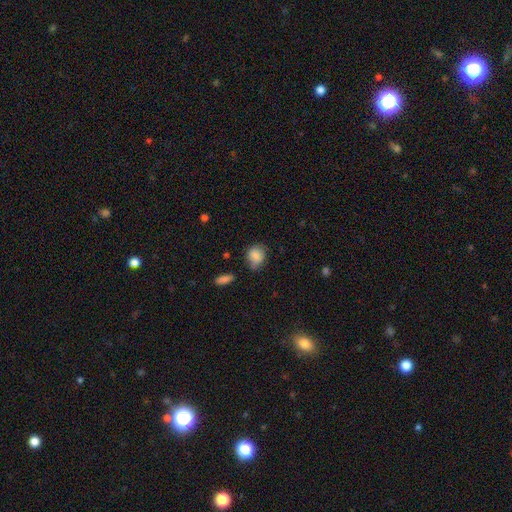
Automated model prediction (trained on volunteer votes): This is clearly a smooth galaxy (83%). How rounded: possibly round (56%). Merging: likely none (62%).